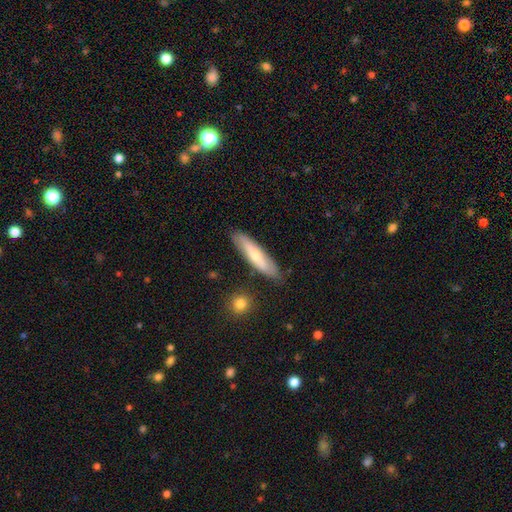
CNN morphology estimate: Smooth or featured? Predicted: smooth (p=0.58). How rounded? Predicted: cigar-shaped (p=0.79). Merging? Predicted: none (p=0.84).